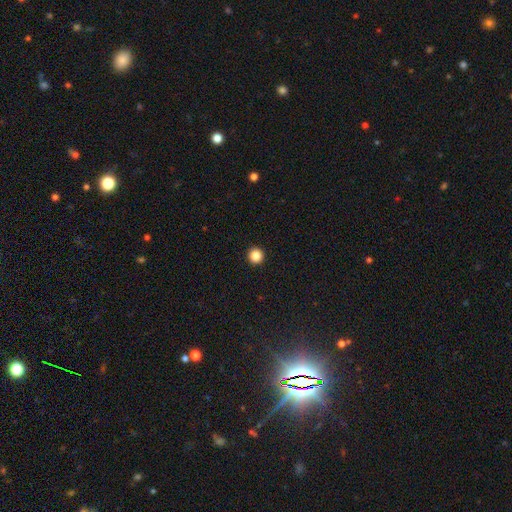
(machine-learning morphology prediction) Smooth or featured: smooth — 86% (star or artifact — 11%)
How rounded: round — 95% (in between — 4%)
Merging: none — 94% (minor disturbance — 3%)